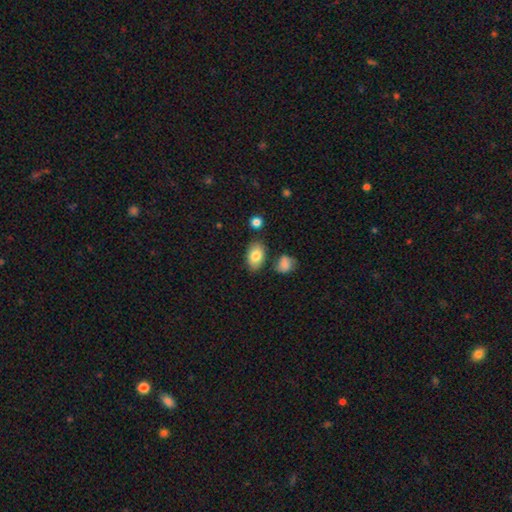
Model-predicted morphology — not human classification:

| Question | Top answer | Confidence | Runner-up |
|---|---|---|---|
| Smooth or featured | smooth | 82% | featured or disk (11%) |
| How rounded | in between | 90% | round (8%) |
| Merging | none | 79% | minor disturbance (13%) |